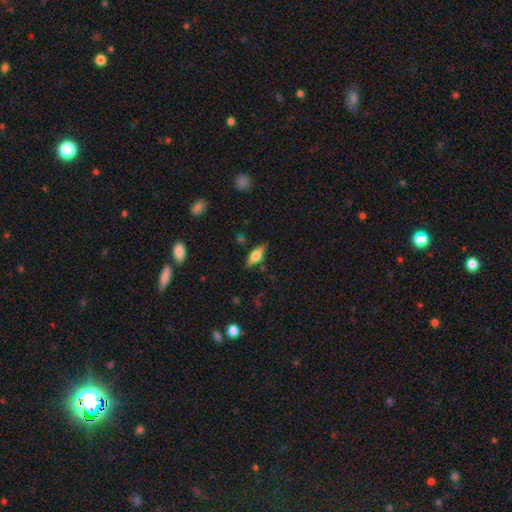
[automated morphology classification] Overall: smooth (53%; featured or disk 39%). How rounded: in between (63%; cigar-shaped 34%). Merging: none (81%).